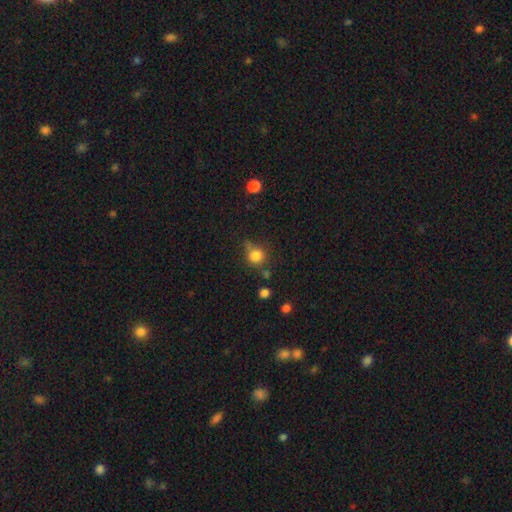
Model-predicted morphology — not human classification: A smooth galaxy with no disk features (82%) that is round (88%). Merging: none (63%).